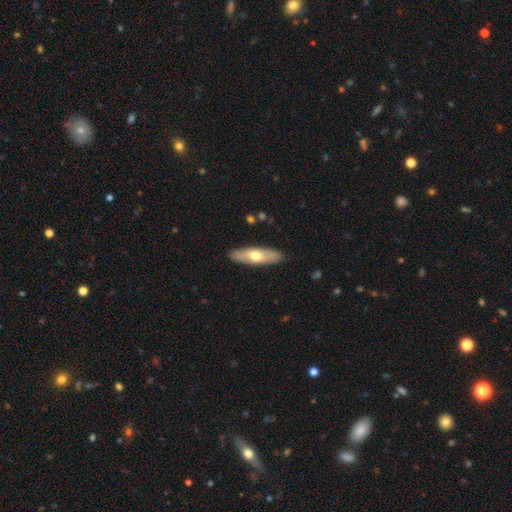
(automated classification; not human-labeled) Smooth or featured? smooth (58%)
How rounded? cigar-shaped (55%)
Merging? none (89%)